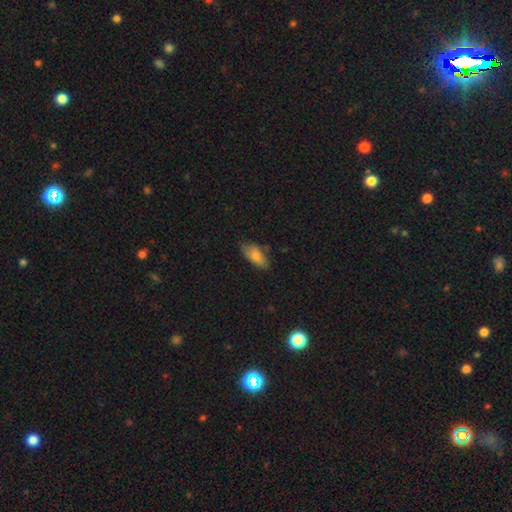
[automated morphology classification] smooth_or_featured: smooth (p=0.76) [alt: featured or disk p=0.17]
how_rounded: in between (p=0.87) [alt: cigar-shaped p=0.10]
merging: none (p=0.69) [alt: minor disturbance p=0.25]